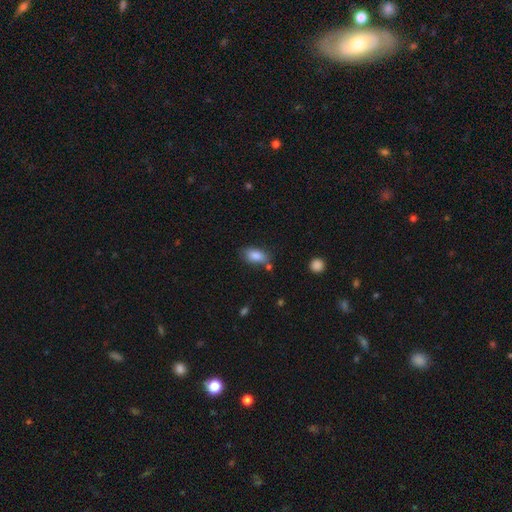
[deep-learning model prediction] smooth-or-featured: smooth: 85% | star or artifact: 8% | featured or disk: 7%
  how-rounded: in between: 90% | round: 6% | cigar-shaped: 5%
  merging: none: 70% | minor disturbance: 18% | merger: 8% | major disturbance: 4%